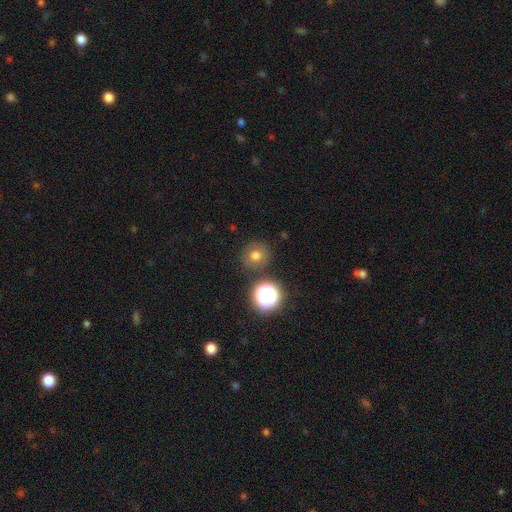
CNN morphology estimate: A smooth galaxy with no disk features (70%) that is round (91%).

Vote fractions:
- Smooth or featured? smooth: 70% / star or artifact: 18% / featured or disk: 12%
- How rounded? round: 91% / in between: 8% / cigar-shaped: 1%
- Merging? none: 84% / minor disturbance: 9% / merger: 4% / major disturbance: 3%